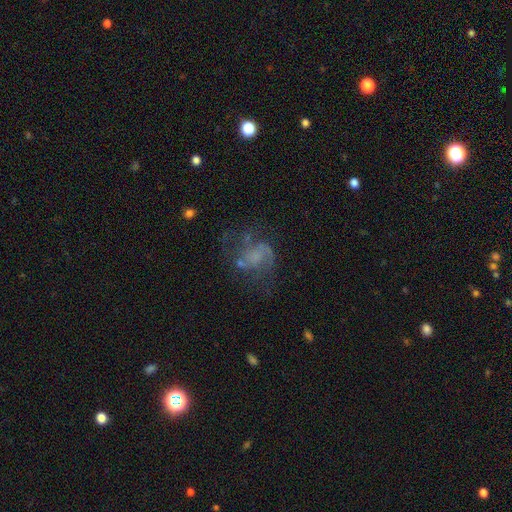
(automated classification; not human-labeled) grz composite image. It shows a featured or disk galaxy (64%) with no bar (73%), spiral arms (71%) and no central bulge (53%). Merging: none (46%).